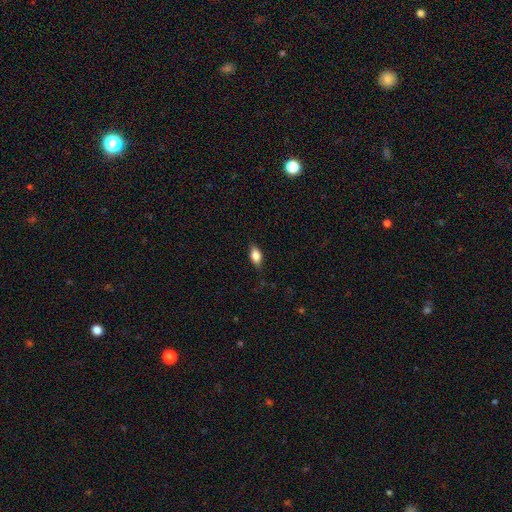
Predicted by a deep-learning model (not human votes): A smooth galaxy with no disk features (77%) that is in between round and cigar-shaped (85%).

Vote fractions:
- Smooth or featured? smooth: 77% / featured or disk: 15% / star or artifact: 8%
- How rounded? in between: 85% / cigar-shaped: 8% / round: 7%
- Merging? none: 80% / minor disturbance: 15% / major disturbance: 3% / merger: 1%